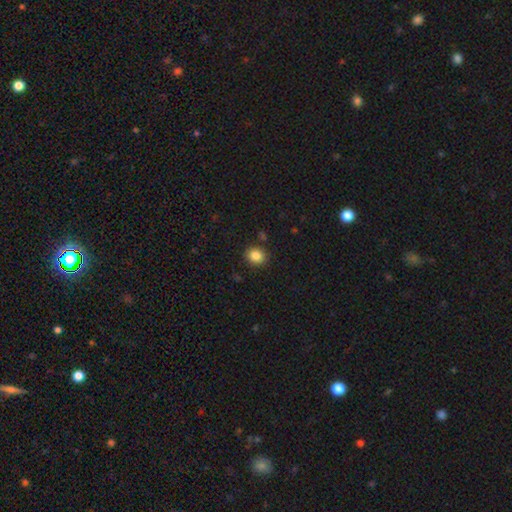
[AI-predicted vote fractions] smooth-or-featured: smooth: 85% | star or artifact: 10% | featured or disk: 4%
  how-rounded: round: 67% | in between: 32% | cigar-shaped: 1%
  merging: none: 87% | minor disturbance: 8% | merger: 3% | major disturbance: 2%